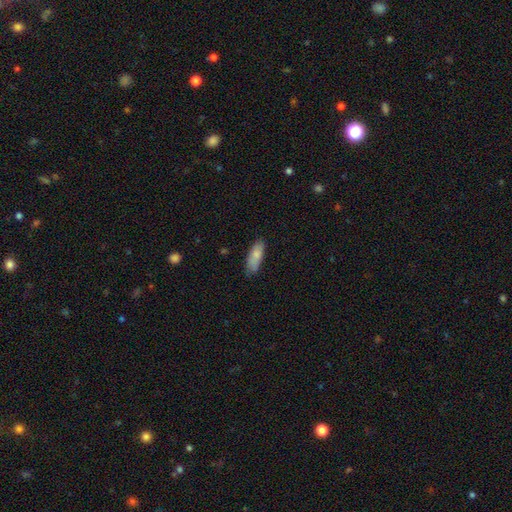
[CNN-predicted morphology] smooth 80%, featured or disk 14%, star or artifact 6%. Down the decision tree: how rounded — in between (71%); merging — none (73%).